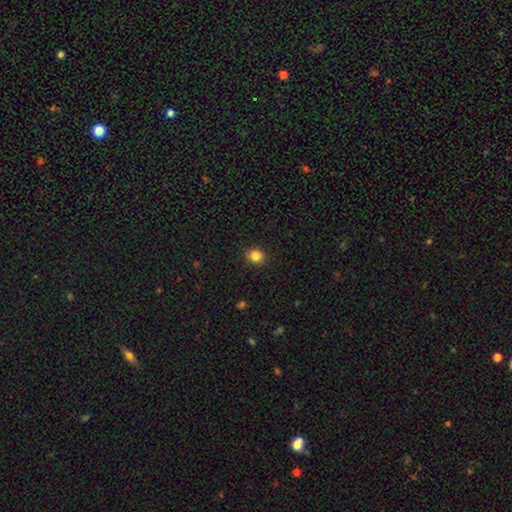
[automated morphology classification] smooth-or-featured: smooth: 84% | star or artifact: 11% | featured or disk: 5%
  how-rounded: round: 81% | in between: 18% | cigar-shaped: 1%
  merging: none: 91% | minor disturbance: 6% | major disturbance: 2% | merger: 1%